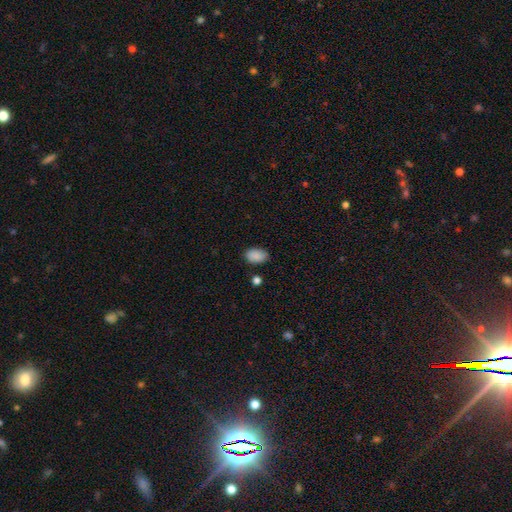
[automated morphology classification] smooth_or_featured: smooth (p=0.89) [alt: star or artifact p=0.08]
how_rounded: in between (p=0.88) [alt: round p=0.11]
merging: none (p=0.82) [alt: minor disturbance p=0.12]